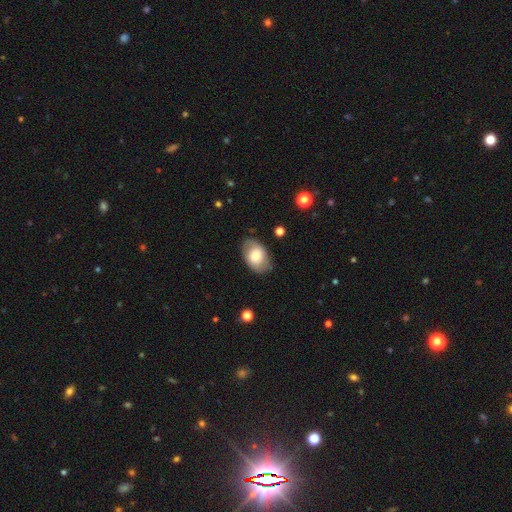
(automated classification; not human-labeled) smooth-or-featured: smooth: 65% | featured or disk: 28% | star or artifact: 7%
  how-rounded: in between: 83% | round: 16% | cigar-shaped: 1%
  merging: none: 78% | minor disturbance: 16% | major disturbance: 5% | merger: 1%